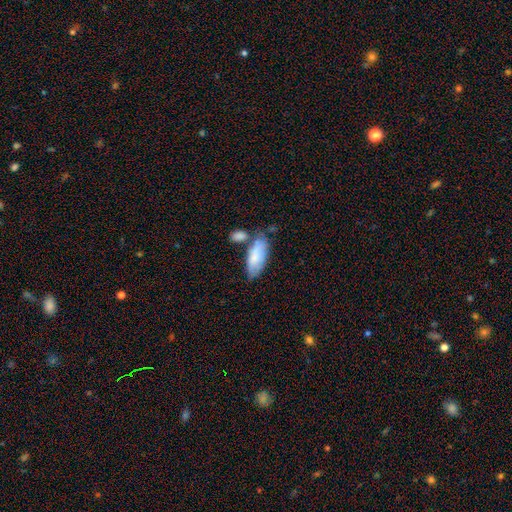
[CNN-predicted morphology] type=smooth (79%); roundness=in between (83%); merging=none (48%).